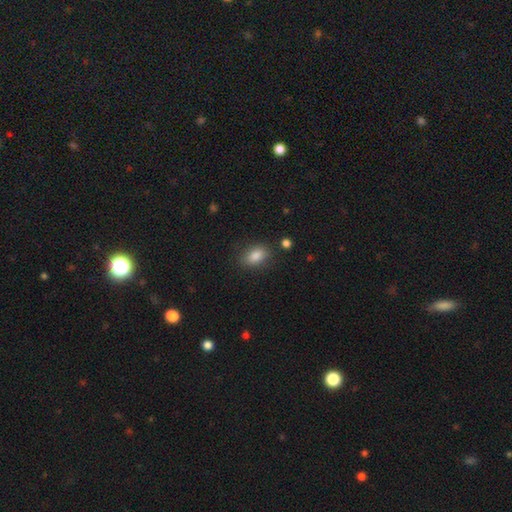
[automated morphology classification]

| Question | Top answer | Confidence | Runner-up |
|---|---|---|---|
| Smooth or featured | smooth | 85% | star or artifact (9%) |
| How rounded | in between | 87% | round (11%) |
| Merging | none | 81% | minor disturbance (13%) |